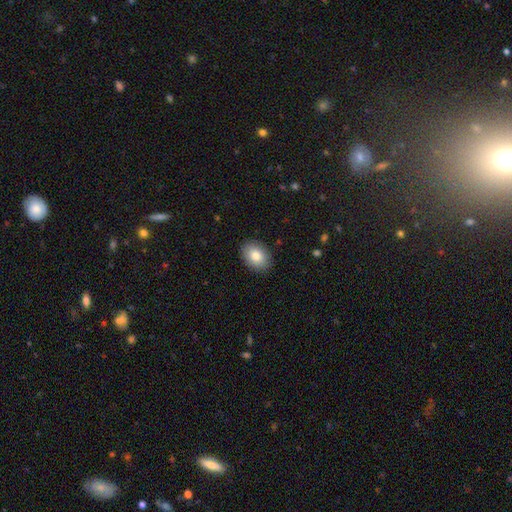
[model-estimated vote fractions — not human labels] This appears to be a smooth galaxy with no disk features (83%) that is in between round and cigar-shaped (73%). Merging: none (89%).